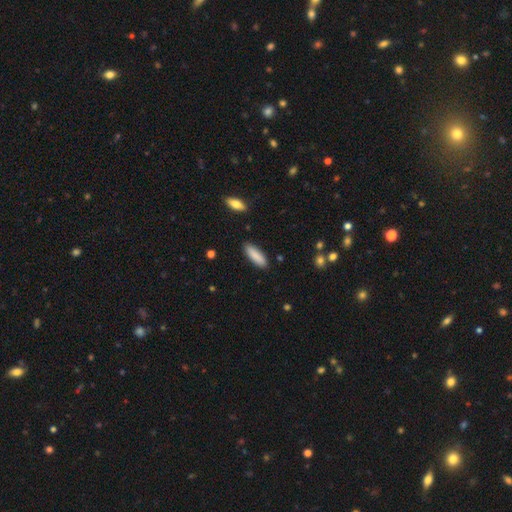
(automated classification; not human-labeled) Overall: smooth (88%). How rounded: cigar-shaped (50%; in between 48%). Merging: none (88%).